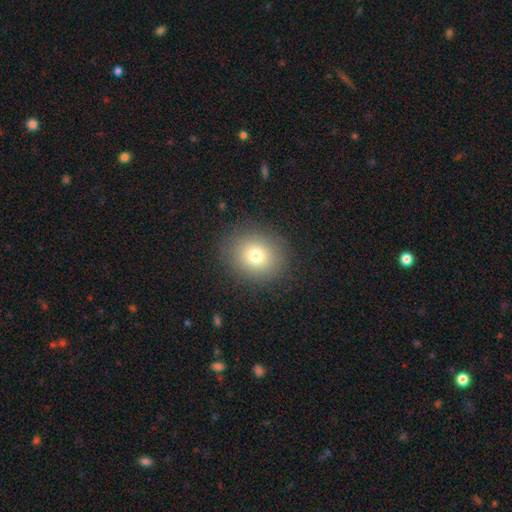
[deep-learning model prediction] Smooth or featured: smooth — 76% (star or artifact — 13%)
How rounded: round — 74% (in between — 25%)
Merging: none — 87% (minor disturbance — 8%)